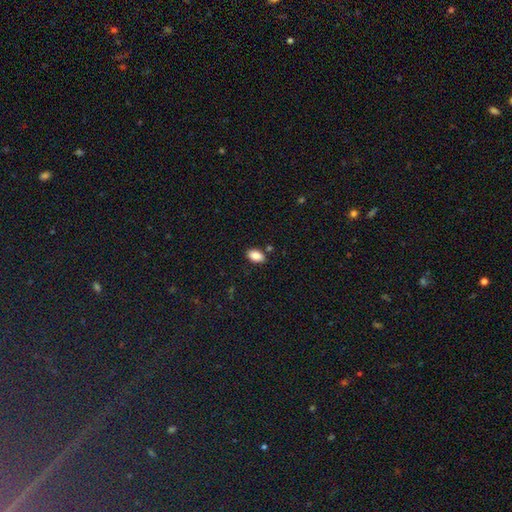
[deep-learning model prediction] This appears to be a smooth galaxy with no disk features (87%) that is in between round and cigar-shaped (92%). Merging: none (84%).